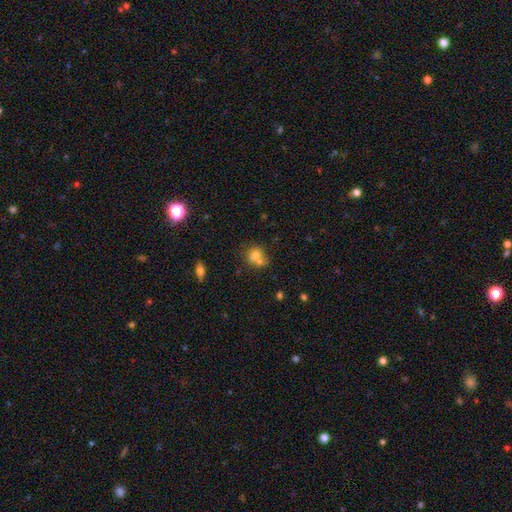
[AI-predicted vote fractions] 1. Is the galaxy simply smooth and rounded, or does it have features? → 69% smooth, 18% featured or disk, 13% star or artifact.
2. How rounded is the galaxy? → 74% round, 25% in between, 1% cigar-shaped.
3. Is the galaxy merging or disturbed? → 52% merger, 36% none, 9% minor disturbance, 4% major disturbance.